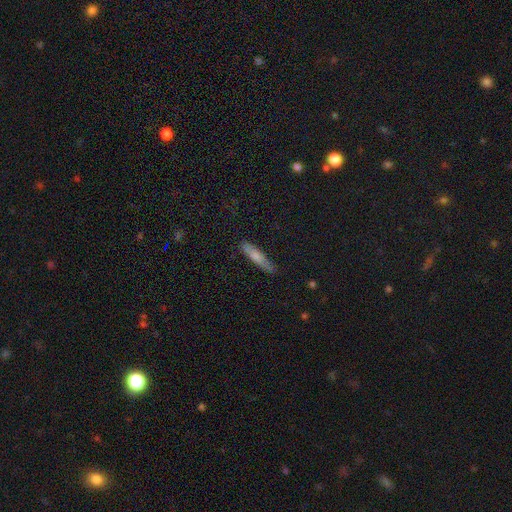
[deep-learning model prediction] Smooth or featured? Predicted: smooth (p=0.70). How rounded? Predicted: cigar-shaped (p=0.84). Merging? Predicted: none (p=0.78).